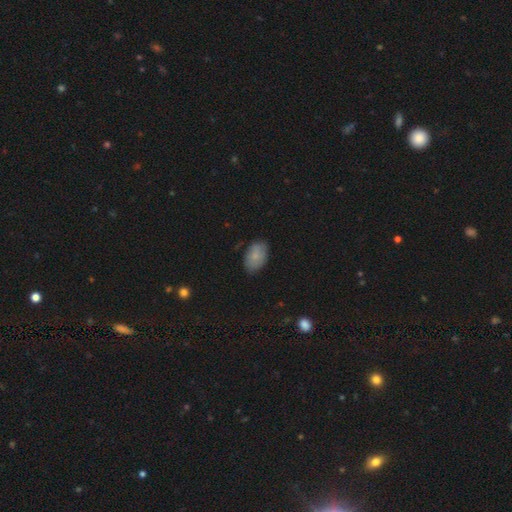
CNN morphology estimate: The model was most divided on "merging": none: 79%, minor disturbance: 17%, major disturbance: 3%, merger: 1%. More confident: how rounded — in between (90%); smooth or featured — smooth (79%).